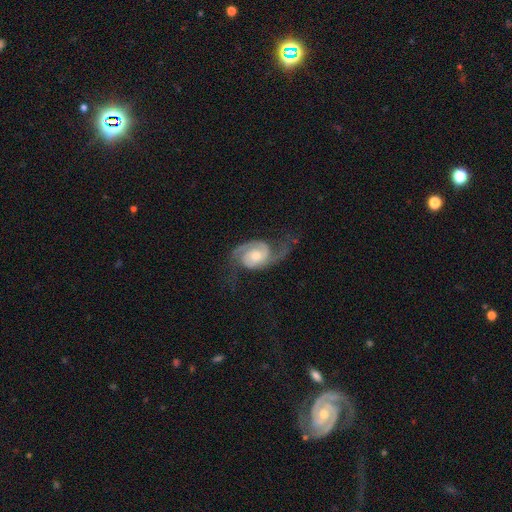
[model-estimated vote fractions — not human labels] Overall: featured or disk (88%). Edge-on disk: no (97%). Bar: no (65%; weak 29%). Spiral arms: yes (97%). Spiral arm count: 2 (90%). Spiral winding: medium (48%; loose 27%). Bulge size: moderate (53%; small 34%). Merging: none (61%).